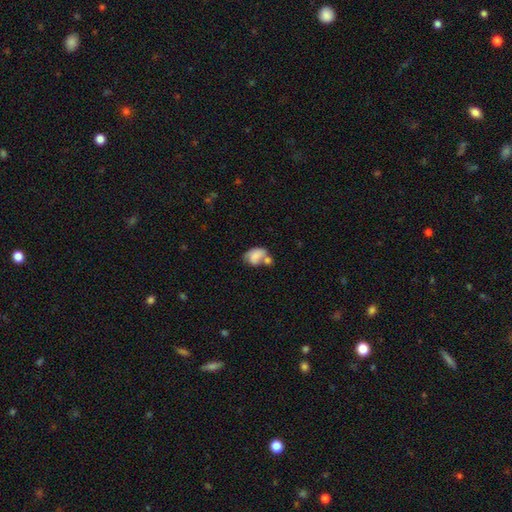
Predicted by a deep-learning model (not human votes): Smooth or featured? Predicted: smooth (p=0.73). How rounded? Predicted: in between (p=0.84). Merging? Predicted: merger (p=0.50).